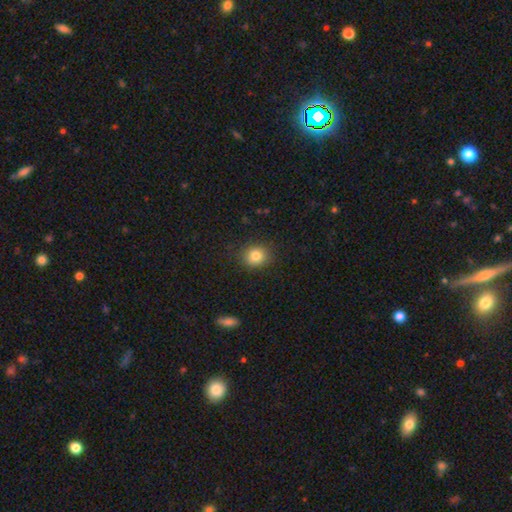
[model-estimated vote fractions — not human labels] Overall: smooth (82%). How rounded: round (74%). Merging: none (86%).